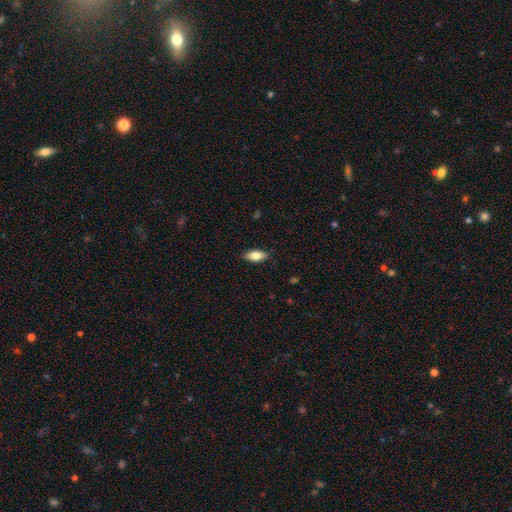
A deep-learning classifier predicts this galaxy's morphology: This is likely a smooth galaxy (77%). How rounded: clearly in between (84%). Merging: clearly none (87%).